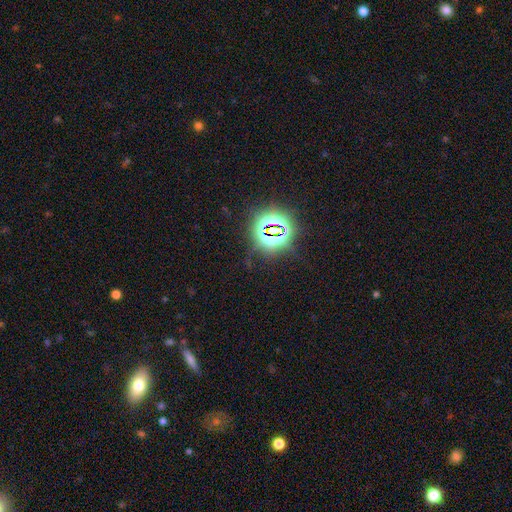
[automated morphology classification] Smooth or featured: star or artifact — 78% (smooth — 14%)